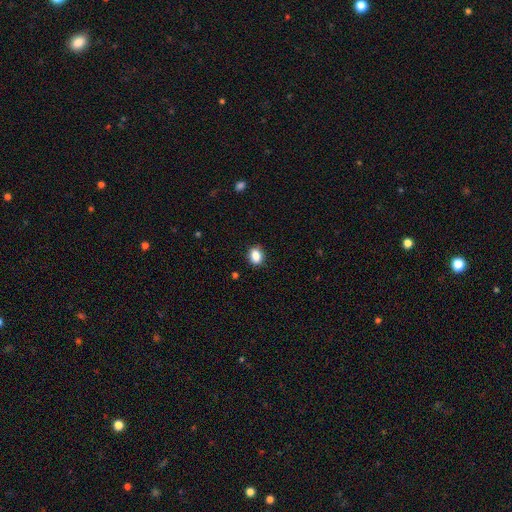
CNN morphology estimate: A smooth galaxy with no disk features (86%) that is in between round and cigar-shaped (62%). Merging: none (87%).